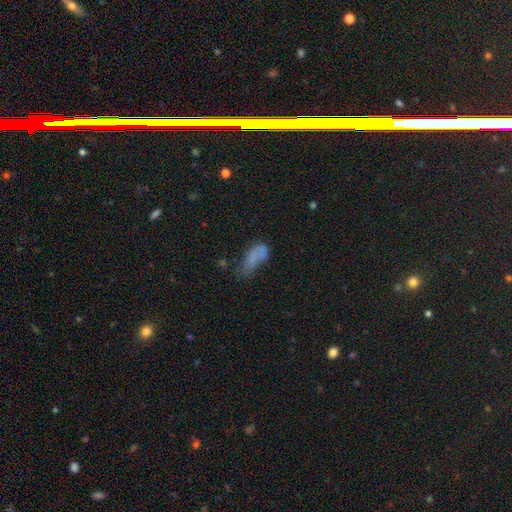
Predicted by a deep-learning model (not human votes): Smooth or featured?
  - smooth: 63% *
  - featured or disk: 23%
  - star or artifact: 14%
How rounded?
  - in between: 80% *
  - cigar-shaped: 16%
  - round: 4%
Merging?
  - major disturbance: 30% *
  - none: 29%
  - minor disturbance: 25%
  - merger: 16%